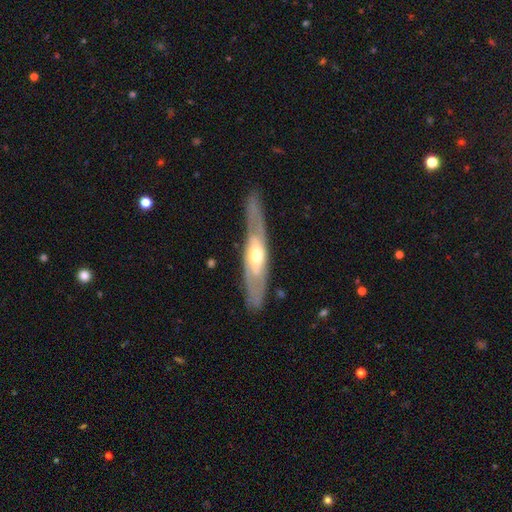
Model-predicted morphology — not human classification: This is likely a featured or disk galaxy (71%). It is possibly not viewed edge-on (54%). Merging: clearly none (81%).